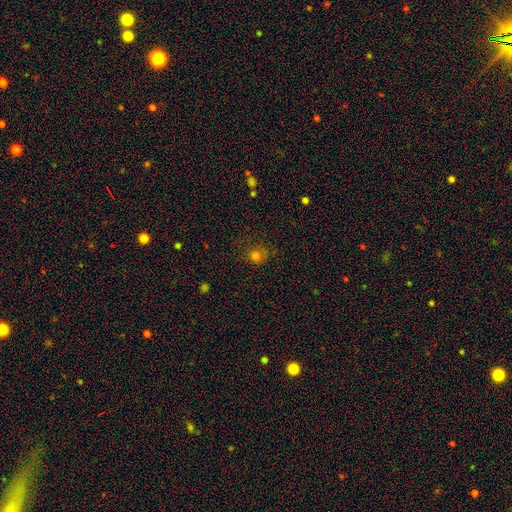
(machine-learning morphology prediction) This is likely a smooth galaxy (74%). How rounded: clearly round (82%). Merging: likely none (70%).